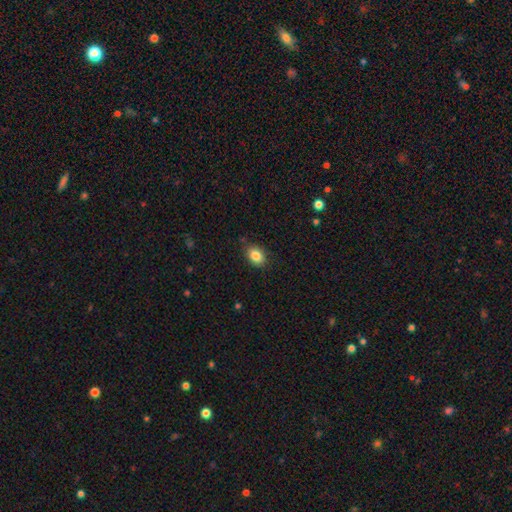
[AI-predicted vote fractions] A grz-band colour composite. It shows a smooth galaxy with no disk features (85%) that is in between round and cigar-shaped (74%). Merging: none (83%).